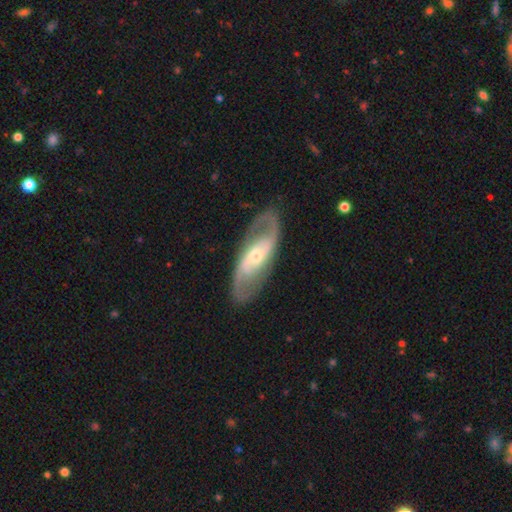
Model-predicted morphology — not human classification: smooth_or_featured: featured or disk (p=0.86) [alt: smooth p=0.10]
disk_edge_on: no (p=0.93) [alt: yes p=0.07]
bar: no (p=0.40) [alt: weak p=0.36]
has_spiral_arms: yes (p=0.94) [alt: no p=0.06]
spiral_winding: medium (p=0.48) [alt: loose p=0.33]
spiral_arm_count: 2 (p=0.91) [alt: can't tell p=0.04]
bulge_size: small (p=0.51) [alt: moderate p=0.44]
merging: none (p=0.84) [alt: minor disturbance p=0.11]